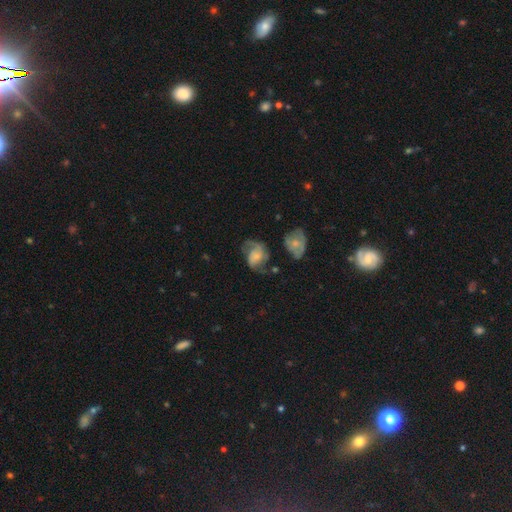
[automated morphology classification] A featured or disk galaxy (66%) with no bar (63%), 2 (69%) medium (44%) spiral arms (88%) and a small central bulge (47%).

Vote fractions:
- Smooth or featured? featured or disk: 66% / smooth: 27% / star or artifact: 8%
- Edge-on disk? no: 97% / yes: 3%
- Bar? no: 63% / weak: 32% / strong: 6%
- Spiral arms? yes: 88% / no: 12%
- Spiral winding? medium: 44% / loose: 37% / tight: 19%
- Spiral arm count? 2: 69% / can't tell: 12% / 1: 11% / 3: 5% / 4: 2% / more than 4: 2%
- Bulge size? small: 47% / moderate: 26% / none: 19% / large: 6% / dominant: 2%
- Merging? none: 44% / major disturbance: 25% / minor disturbance: 25% / merger: 6%